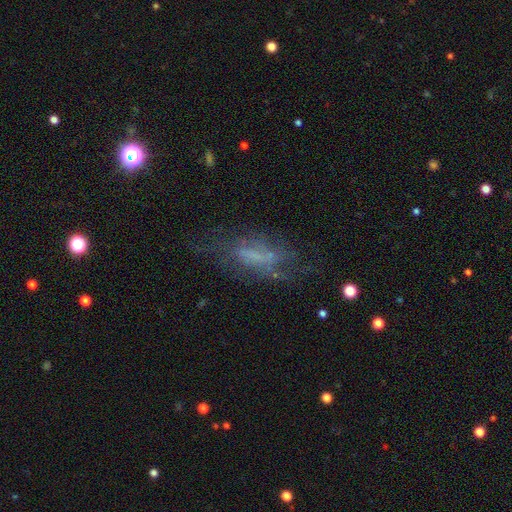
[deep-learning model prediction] This is possibly a featured or disk galaxy (51%). It is clearly not viewed edge-on (81%). Merging: possibly none (51%).